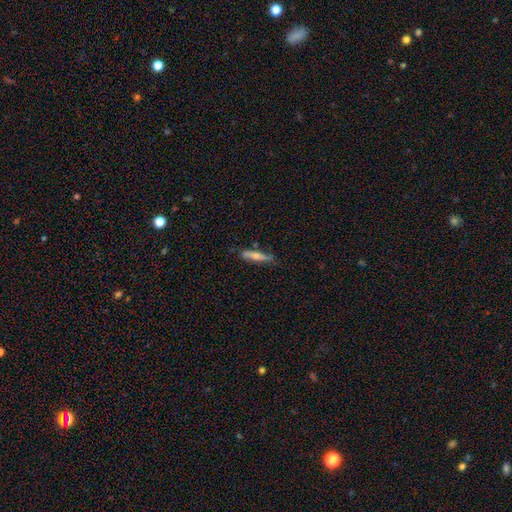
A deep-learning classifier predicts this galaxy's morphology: A featured or disk galaxy (52%) viewed edge-on (87%). Merging: none (80%).